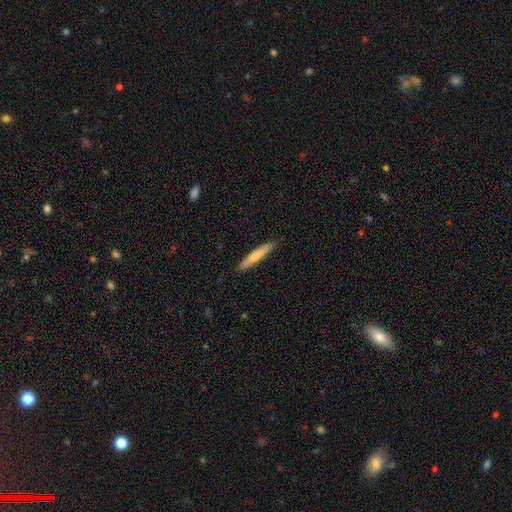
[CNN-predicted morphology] This is likely a smooth galaxy (65%). How rounded: clearly cigar-shaped (93%). Merging: clearly none (89%).